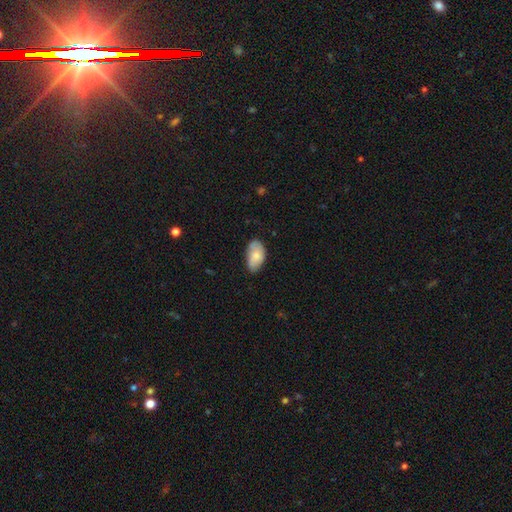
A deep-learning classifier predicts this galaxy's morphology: Smooth or featured? smooth (74%)
How rounded? in between (94%)
Merging? none (60%)